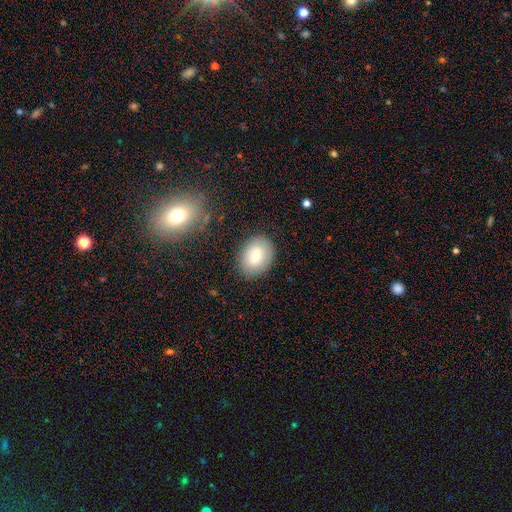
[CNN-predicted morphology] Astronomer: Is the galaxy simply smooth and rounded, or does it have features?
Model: smooth — 72%.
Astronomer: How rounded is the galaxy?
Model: in between — 71%.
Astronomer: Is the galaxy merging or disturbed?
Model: none — 85%.